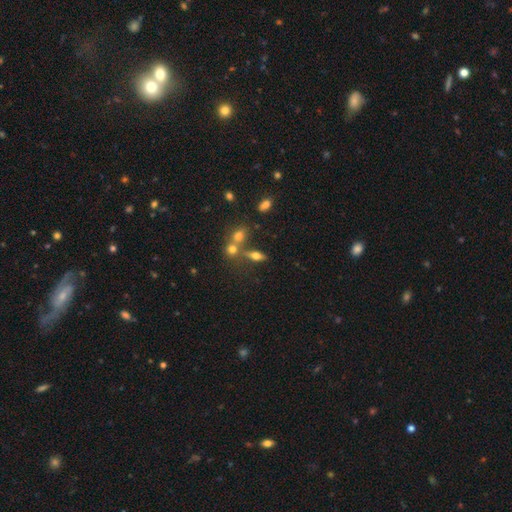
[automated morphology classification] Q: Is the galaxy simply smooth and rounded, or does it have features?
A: smooth — 58%.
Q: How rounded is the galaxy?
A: in between — 63%.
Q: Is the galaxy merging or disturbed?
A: none — 52%.